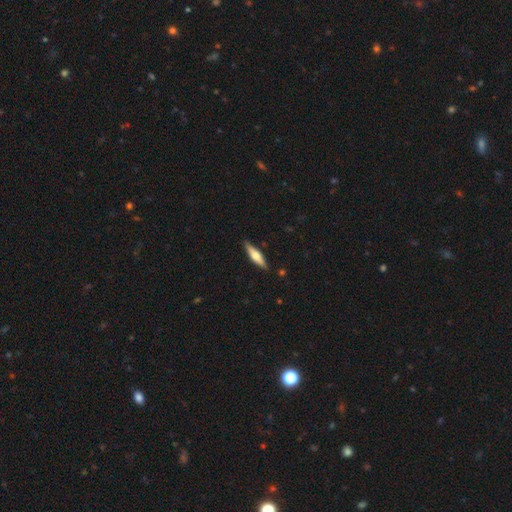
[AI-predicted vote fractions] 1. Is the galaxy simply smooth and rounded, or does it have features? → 52% featured or disk, 43% smooth, 5% star or artifact.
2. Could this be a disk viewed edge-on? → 94% yes, 6% no.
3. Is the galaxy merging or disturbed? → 88% none, 9% minor disturbance, 2% major disturbance, 1% merger.